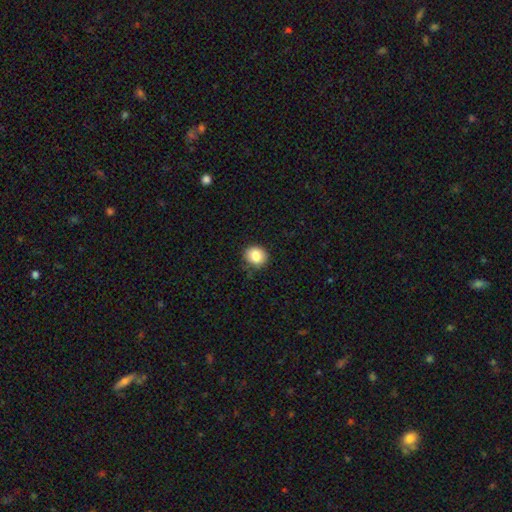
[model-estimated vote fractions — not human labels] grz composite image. It shows a smooth galaxy with no disk features (85%) that is round (78%). Merging: none (82%).